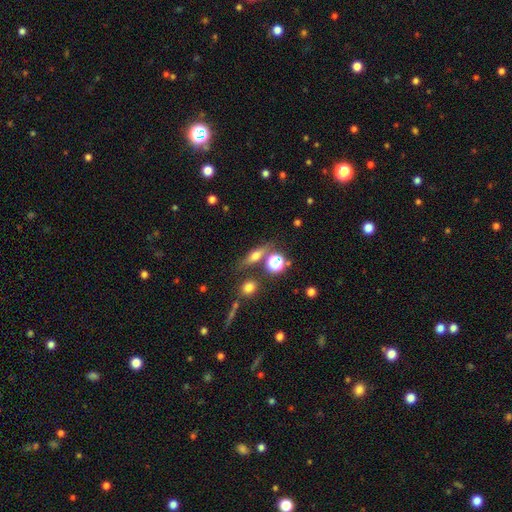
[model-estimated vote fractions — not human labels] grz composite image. It shows a smooth galaxy with no disk features (52%) that is in between round and cigar-shaped (41%). Merging: none (70%).